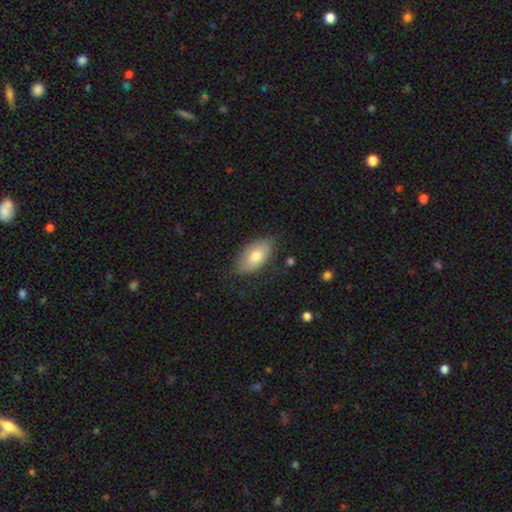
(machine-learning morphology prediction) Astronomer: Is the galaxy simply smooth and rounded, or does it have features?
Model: smooth — 74%.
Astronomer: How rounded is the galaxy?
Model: in between — 93%.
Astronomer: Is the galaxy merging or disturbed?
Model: none — 77%.